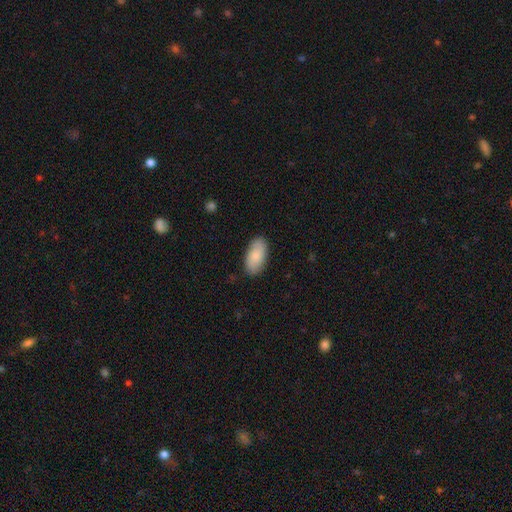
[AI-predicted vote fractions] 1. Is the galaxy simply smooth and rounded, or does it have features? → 82% smooth, 12% featured or disk, 6% star or artifact.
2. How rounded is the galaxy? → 94% in between, 3% cigar-shaped, 2% round.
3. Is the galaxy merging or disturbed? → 86% none, 11% minor disturbance, 2% major disturbance, 1% merger.